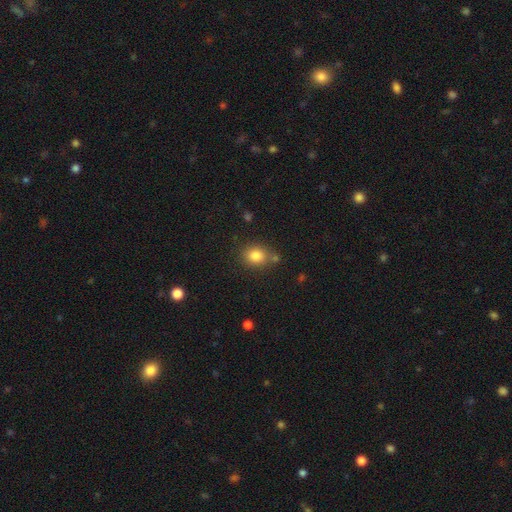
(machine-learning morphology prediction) A smooth galaxy with no disk features (83%) that is round (58%). Merging: none (70%).